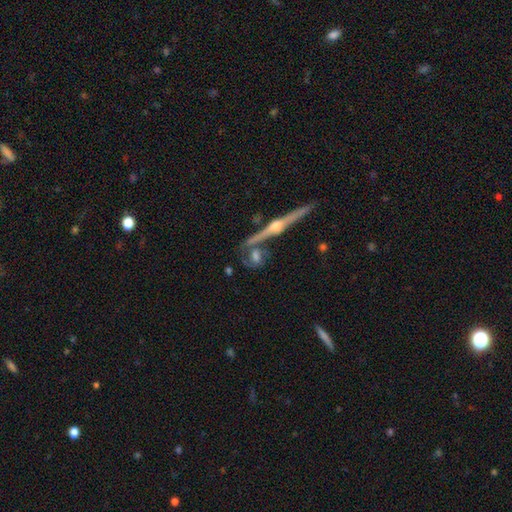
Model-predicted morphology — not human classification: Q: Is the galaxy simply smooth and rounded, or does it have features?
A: featured or disk — 66%.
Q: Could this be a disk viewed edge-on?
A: yes — 70%.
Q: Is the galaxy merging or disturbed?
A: none — 56%.